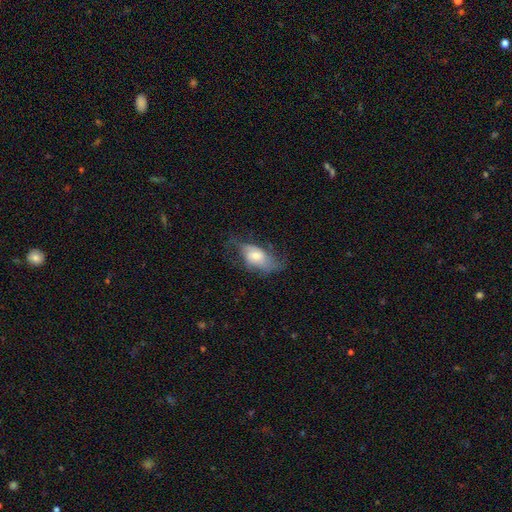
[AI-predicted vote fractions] smooth 51%, featured or disk 41%, star or artifact 8%. Down the decision tree: how rounded — in between (88%); merging — none (39%).